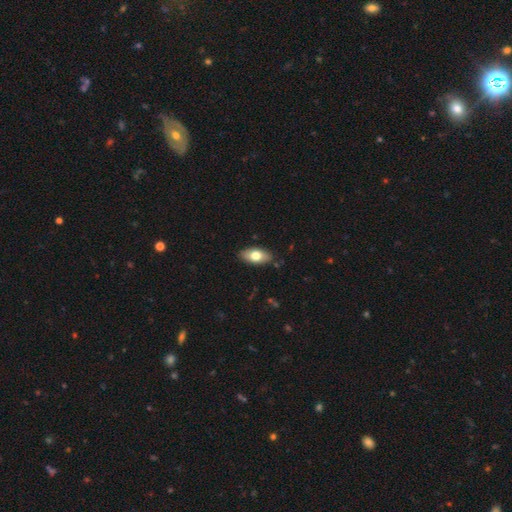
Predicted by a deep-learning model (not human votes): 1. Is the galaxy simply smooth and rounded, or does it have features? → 73% smooth, 20% featured or disk, 6% star or artifact.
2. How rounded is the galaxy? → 91% in between, 5% cigar-shaped, 4% round.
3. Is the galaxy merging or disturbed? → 85% none, 11% minor disturbance, 2% major disturbance, 1% merger.